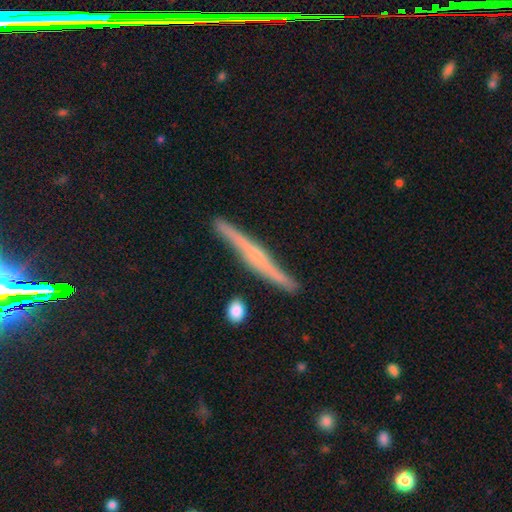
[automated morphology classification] The model was most divided on "edge-on bulge": none: 52%, rounded: 36%, boxy: 12%. More confident: edge-on disk — yes (93%); merging — none (84%); smooth or featured — featured or disk (63%).